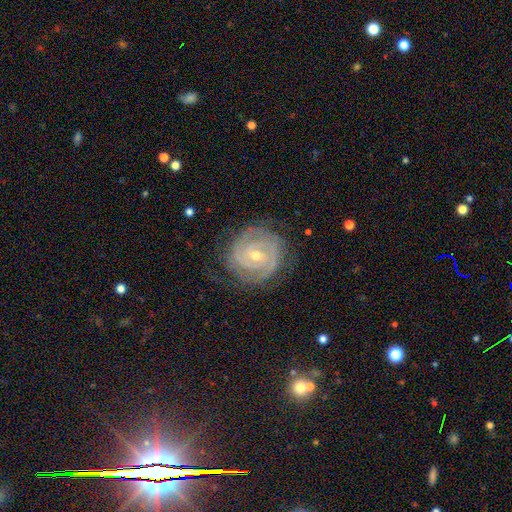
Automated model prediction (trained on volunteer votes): featured or disk 90%, star or artifact 5%, smooth 5%. Down the decision tree: edge-on disk — no (98%); bar — weak (44%); spiral arms — yes (98%); spiral arm count — 2 (61%); spiral winding — tight (82%); bulge size — small (59%); merging — none (79%).